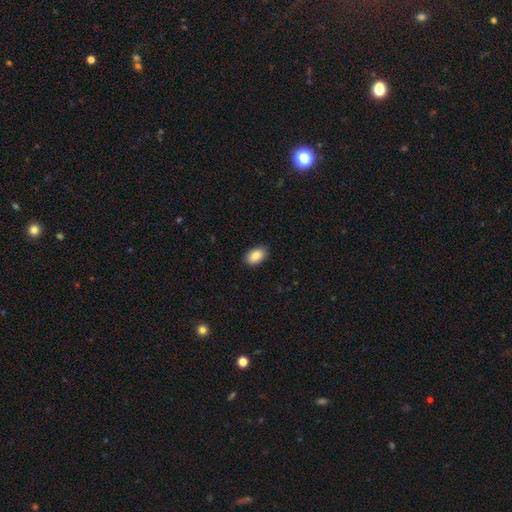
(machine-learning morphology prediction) Smooth or featured?
  - smooth: 89% *
  - star or artifact: 7%
  - featured or disk: 4%
How rounded?
  - in between: 92% *
  - round: 7%
  - cigar-shaped: 1%
Merging?
  - none: 89% *
  - minor disturbance: 9%
  - major disturbance: 2%
  - merger: 1%